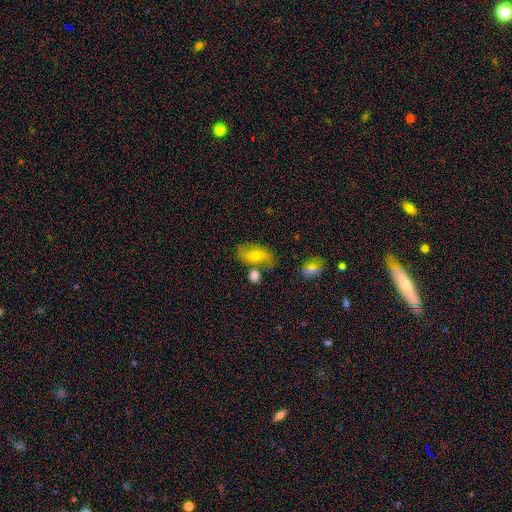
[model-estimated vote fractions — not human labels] Smooth or featured: smooth — 48% (featured or disk — 43%)
Merging: none — 55% (minor disturbance — 19%)